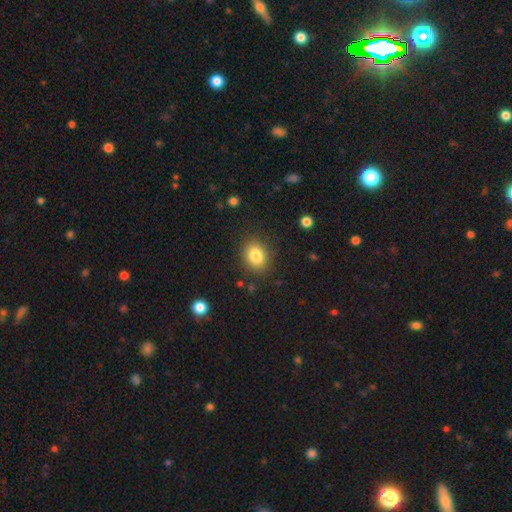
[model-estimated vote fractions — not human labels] smooth 83%, star or artifact 10%, featured or disk 7%. Down the decision tree: how rounded — round (50%); merging — none (86%).